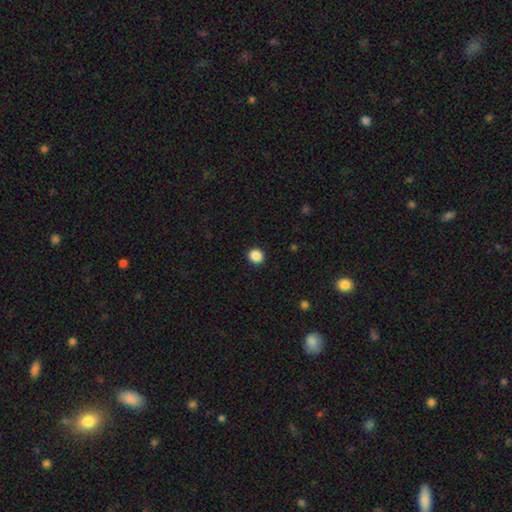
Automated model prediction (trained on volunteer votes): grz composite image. It shows a smooth galaxy with no disk features (88%) that is round (86%). Merging: none (92%).